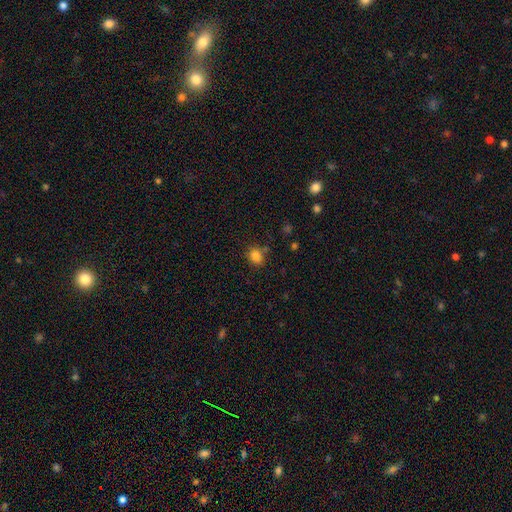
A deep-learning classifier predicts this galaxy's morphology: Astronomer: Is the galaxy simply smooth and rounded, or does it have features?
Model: smooth — 82%.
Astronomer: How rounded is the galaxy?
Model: round — 56% (runner-up: in between, 43%).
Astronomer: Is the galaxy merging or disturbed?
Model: none — 75%.